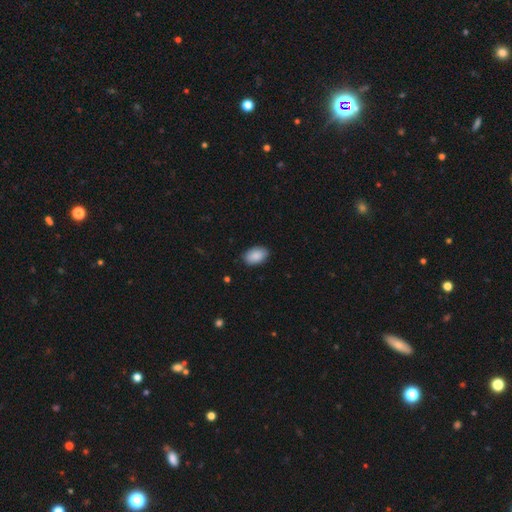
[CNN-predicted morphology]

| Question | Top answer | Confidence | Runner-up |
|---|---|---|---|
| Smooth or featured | smooth | 89% | star or artifact (6%) |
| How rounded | in between | 91% | round (8%) |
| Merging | none | 87% | minor disturbance (10%) |